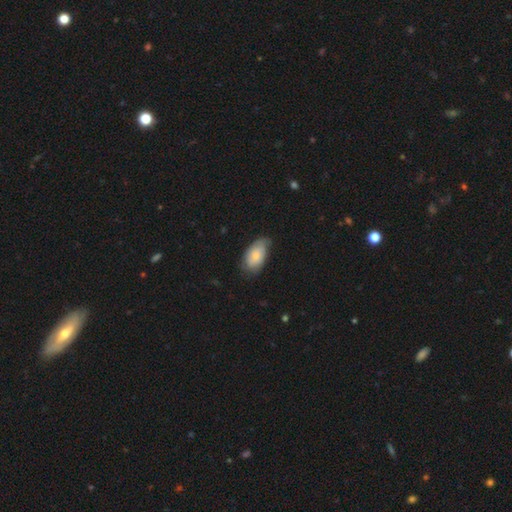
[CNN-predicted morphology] smooth_or_featured: smooth (p=0.75) [alt: featured or disk p=0.19]
how_rounded: in between (p=0.94) [alt: round p=0.04]
merging: none (p=0.59) [alt: minor disturbance p=0.33]